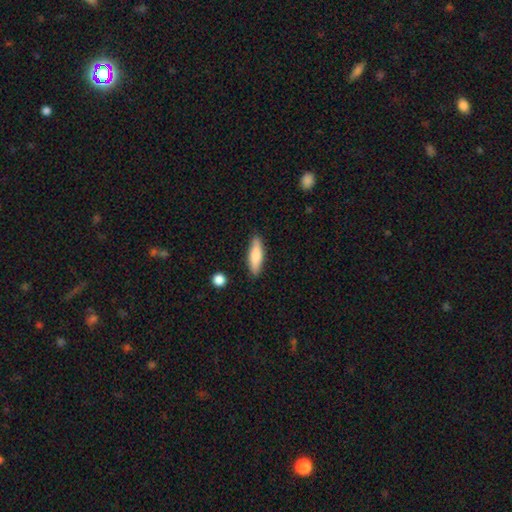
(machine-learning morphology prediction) smooth-or-featured: smooth: 80% | featured or disk: 14% | star or artifact: 6%
  how-rounded: cigar-shaped: 56% | in between: 42% | round: 2%
  merging: none: 85% | minor disturbance: 11% | major disturbance: 2% | merger: 2%